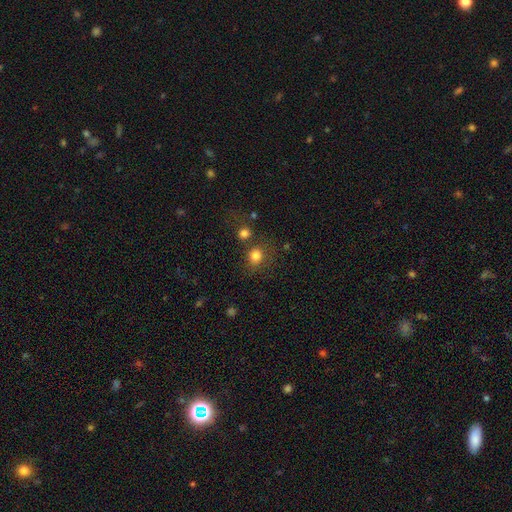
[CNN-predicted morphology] smooth 80%, star or artifact 13%, featured or disk 6%. Down the decision tree: how rounded — round (78%); merging — none (64%).